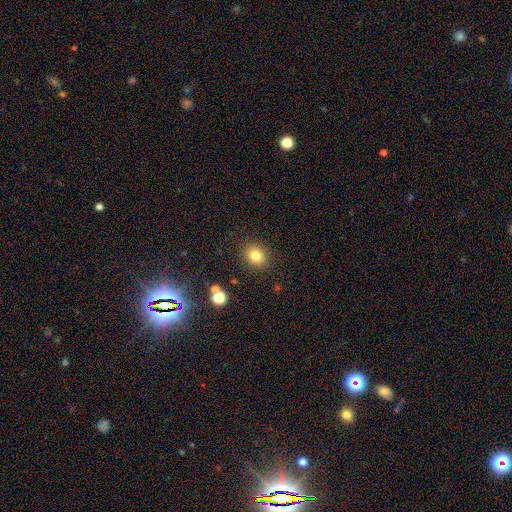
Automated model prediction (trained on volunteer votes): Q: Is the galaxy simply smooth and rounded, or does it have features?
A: smooth — 81%.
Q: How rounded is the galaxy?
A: round — 63%.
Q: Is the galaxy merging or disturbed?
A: none — 86%.